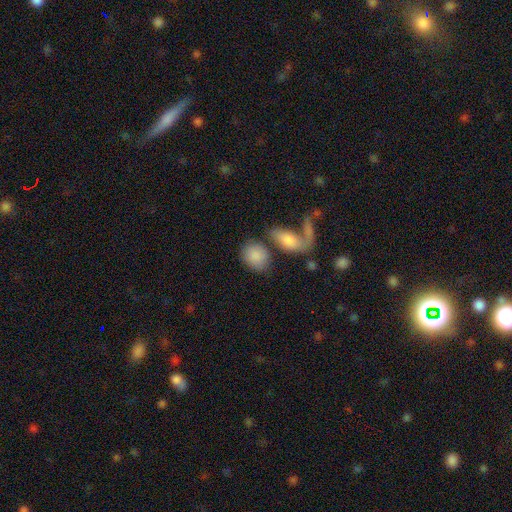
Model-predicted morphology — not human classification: The model was most divided on "how rounded": round: 49%, in between: 48%, cigar-shaped: 2%. More confident: smooth or featured — smooth (85%); merging — none (55%).